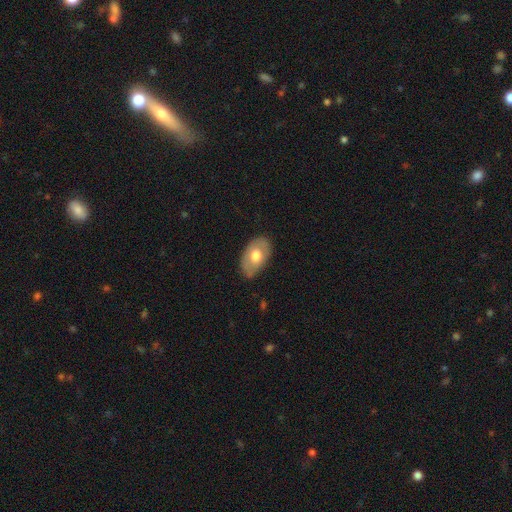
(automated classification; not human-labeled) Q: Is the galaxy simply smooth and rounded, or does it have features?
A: smooth — 59%.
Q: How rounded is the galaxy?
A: in between — 90%.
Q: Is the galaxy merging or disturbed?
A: none — 73%.